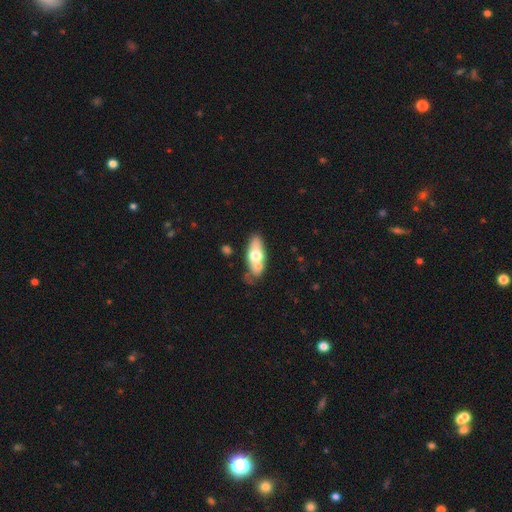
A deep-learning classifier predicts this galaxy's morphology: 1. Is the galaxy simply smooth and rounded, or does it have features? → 55% smooth, 38% featured or disk, 6% star or artifact.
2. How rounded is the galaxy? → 77% in between, 19% cigar-shaped, 4% round.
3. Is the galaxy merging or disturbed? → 47% none, 25% merger, 20% minor disturbance, 8% major disturbance.